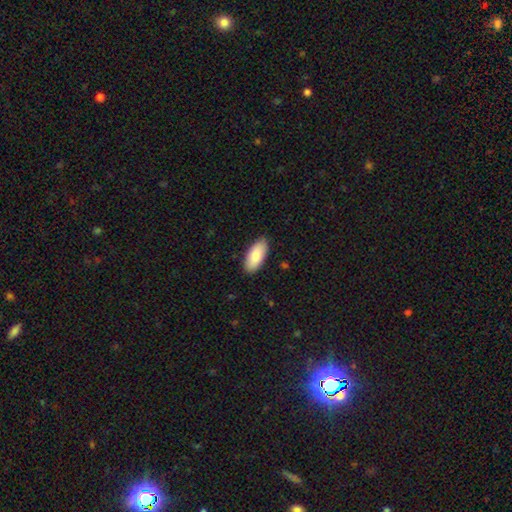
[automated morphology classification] This appears to be a smooth galaxy with no disk features (83%) that is in between round and cigar-shaped (91%). Merging: none (88%).